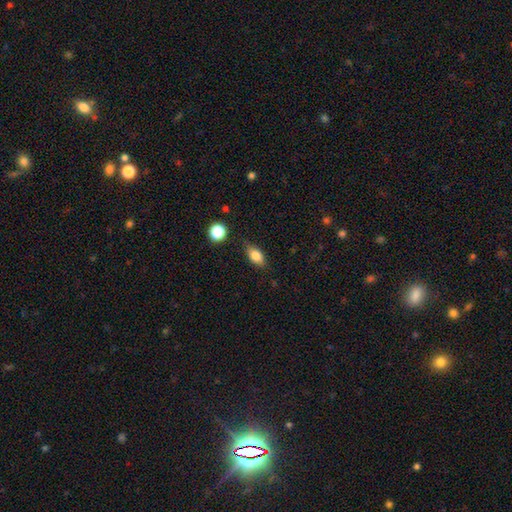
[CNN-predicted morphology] type=smooth (82%); roundness=in between (84%); merging=none (79%).